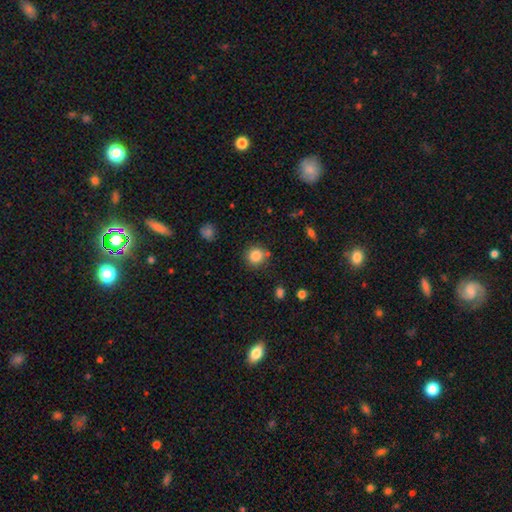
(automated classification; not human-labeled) A smooth galaxy with no disk features (85%) that is round (92%).

Vote fractions:
- Smooth or featured? smooth: 85% / star or artifact: 10% / featured or disk: 5%
- How rounded? round: 92% / in between: 7% / cigar-shaped: 1%
- Merging? none: 80% / minor disturbance: 10% / merger: 6% / major disturbance: 3%